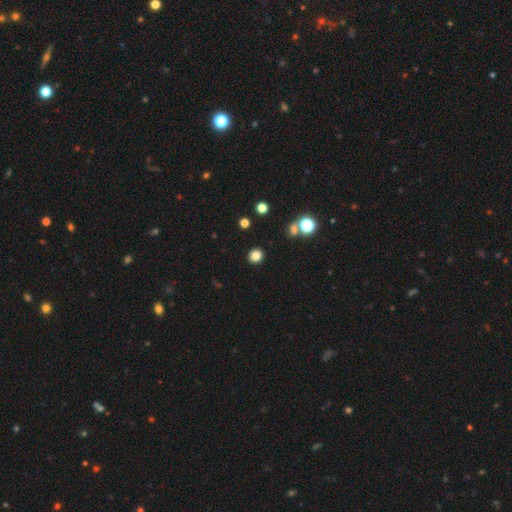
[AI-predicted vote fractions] The model was most divided on "how rounded": round: 83%, in between: 16%, cigar-shaped: 1%. More confident: merging — none (90%); smooth or featured — smooth (81%).